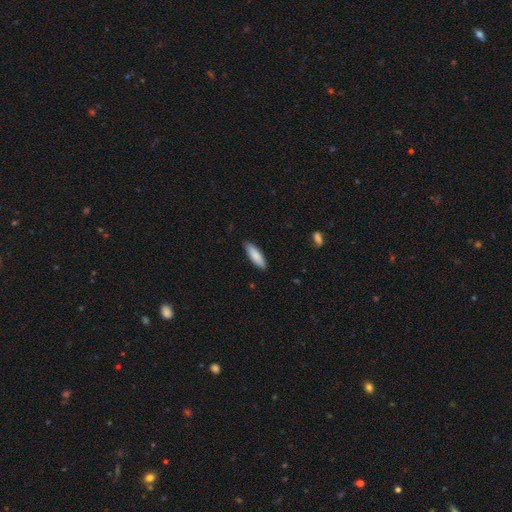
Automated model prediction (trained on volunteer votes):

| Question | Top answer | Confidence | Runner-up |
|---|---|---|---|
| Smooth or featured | smooth | 87% | featured or disk (8%) |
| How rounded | cigar-shaped | 52% | in between (46%) |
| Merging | none | 89% | minor disturbance (9%) |